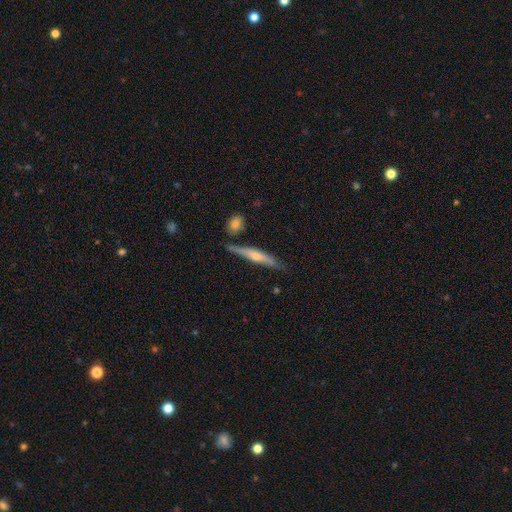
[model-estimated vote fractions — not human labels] A featured or disk galaxy (65%) viewed edge-on (95%) with a rounded central bulge (81%). Merging: none (78%).